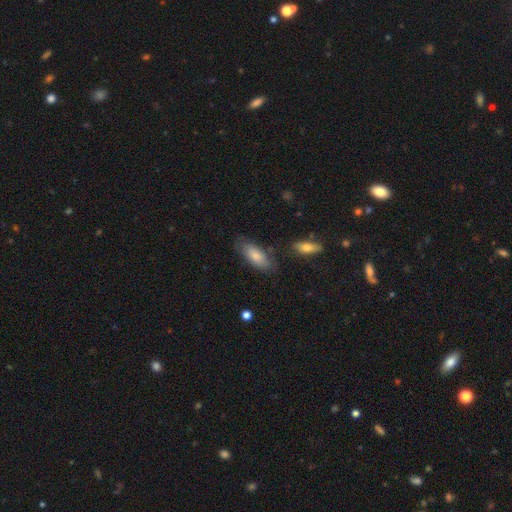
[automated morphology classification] This is likely a smooth galaxy (78%). How rounded: clearly in between (84%). Merging: likely none (71%).